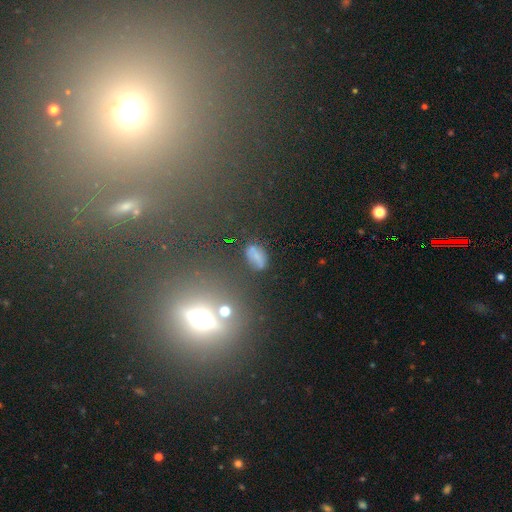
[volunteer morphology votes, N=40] Q: Smooth or featured?
A: smooth (45%); runner-up: featured or disk (42%)
Q: How rounded?
A: in between (89%); runner-up: cigar-shaped (11%)
Q: Merging?
A: none (83%); runner-up: minor disturbance (9%)